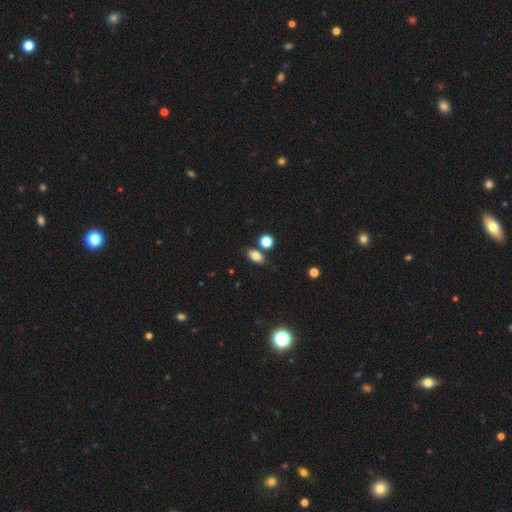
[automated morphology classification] A smooth galaxy with no disk features (82%) that is in between round and cigar-shaped (84%). Merging: none (74%).